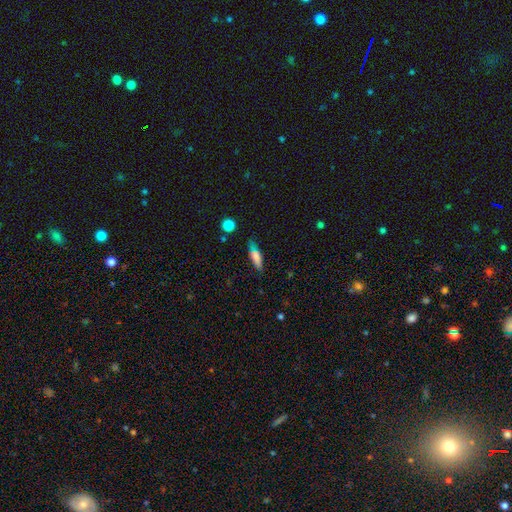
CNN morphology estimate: This appears to be a smooth galaxy with no disk features (76%) that is cigar-shaped (57%). Merging: none (69%).